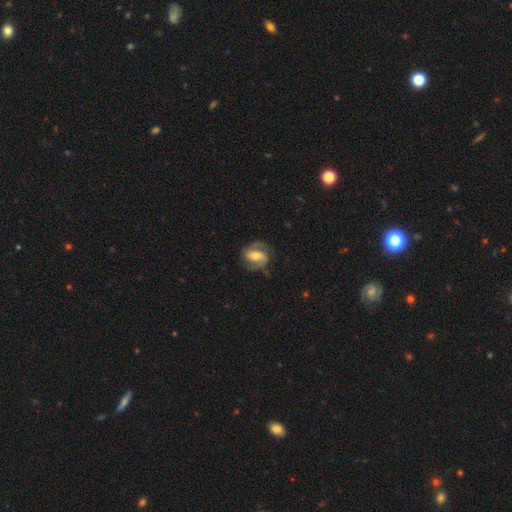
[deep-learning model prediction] Smooth or featured: featured or disk — 72% (smooth — 22%)
Edge-on disk: no — 96% (yes — 4%)
Bar: strong — 38% (weak — 37%)
Spiral arms: yes — 89% (no — 11%)
Spiral winding: medium — 47% (tight — 27%)
Spiral arm count: 2 — 86% (can't tell — 7%)
Bulge size: moderate — 60% (small — 30%)
Merging: none — 70% (minor disturbance — 18%)